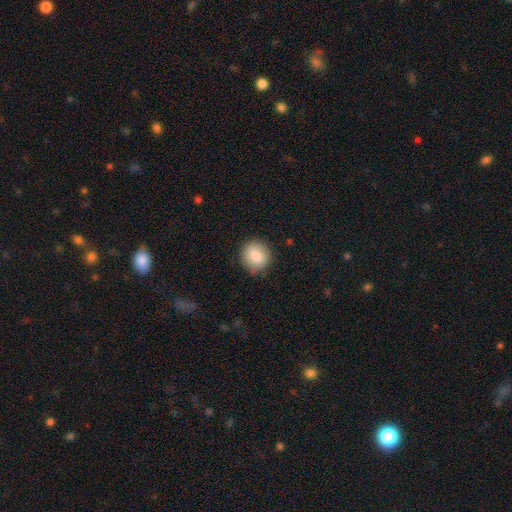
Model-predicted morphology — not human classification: Smooth or featured? smooth (85%)
How rounded? round (76%)
Merging? none (83%)